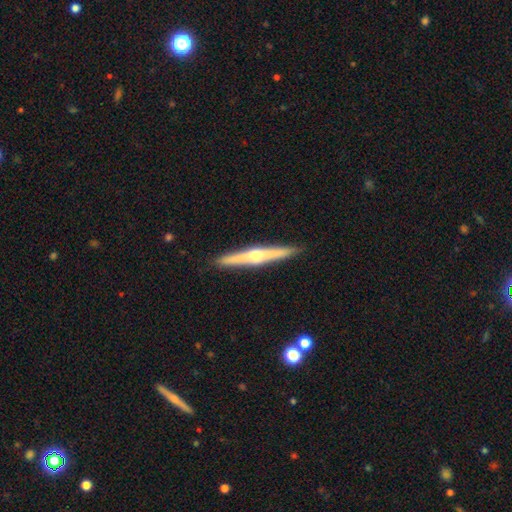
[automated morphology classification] Smooth or featured?
  - featured or disk: 75% *
  - smooth: 20%
  - star or artifact: 5%
Edge-on disk?
  - yes: 98% *
  - no: 2%
Edge-on bulge?
  - rounded: 91% *
  - none: 6%
  - boxy: 4%
Merging?
  - none: 92% *
  - minor disturbance: 6%
  - major disturbance: 1%
  - merger: 1%